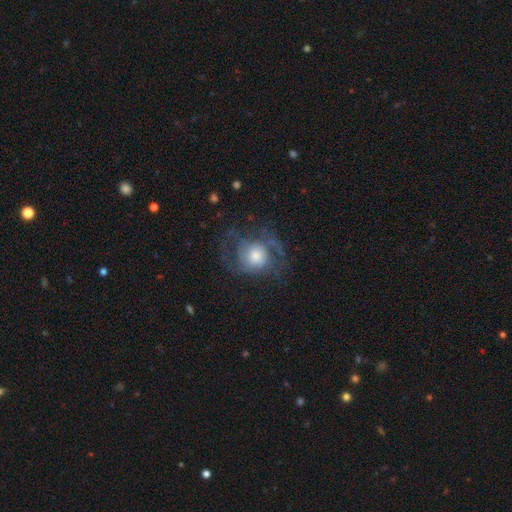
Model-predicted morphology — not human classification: smooth-or-featured: featured or disk: 62% | smooth: 29% | star or artifact: 9%
  disk-edge-on: no: 97% | yes: 3%
    bar: no: 77% | weak: 20% | strong: 3%
    has-spiral-arms: yes: 81% | no: 19%
    bulge-size: moderate: 44% | large: 35% | small: 13% | dominant: 5% | none: 3%
  merging: none: 55% | major disturbance: 24% | minor disturbance: 19% | merger: 1%